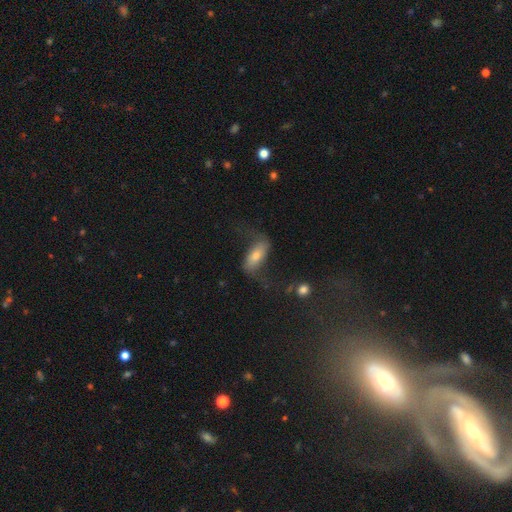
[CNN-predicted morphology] This appears to be a featured or disk galaxy (62%) with no bar (37%), spiral arms (86%) and a moderate central bulge (44%, tied with small). Merging: none (54%).